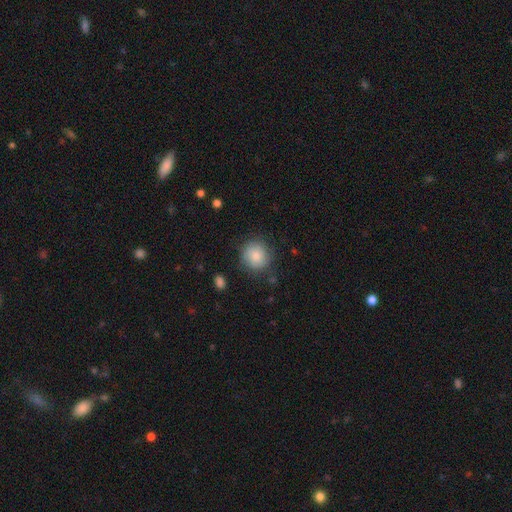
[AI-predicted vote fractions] Smooth or featured: smooth — 82% (featured or disk — 10%)
How rounded: round — 90% (in between — 9%)
Merging: none — 80% (minor disturbance — 14%)